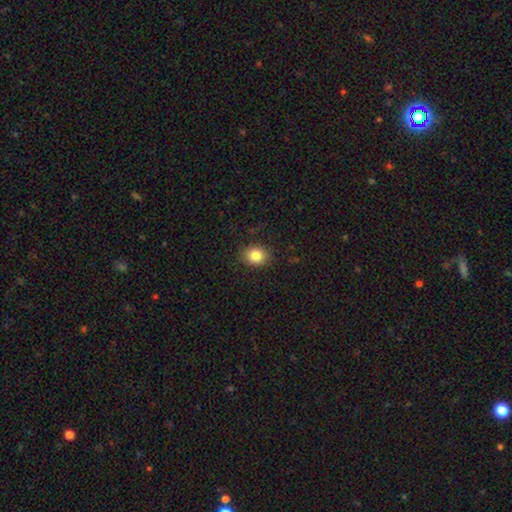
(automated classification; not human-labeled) Smooth or featured: smooth — 84% (star or artifact — 10%)
How rounded: round — 64% (in between — 35%)
Merging: none — 88% (minor disturbance — 9%)